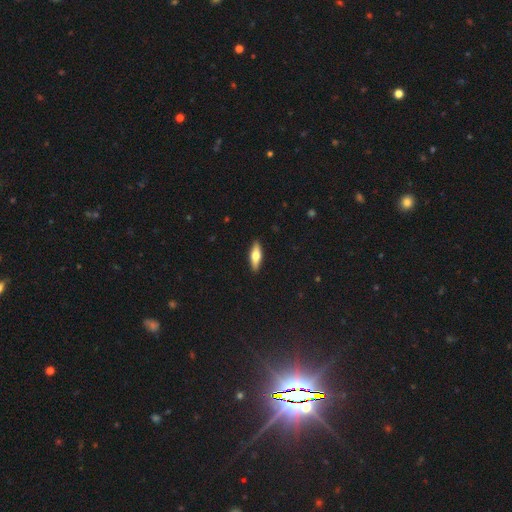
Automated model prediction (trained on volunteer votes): The model was most divided on "how rounded": in between: 50%, cigar-shaped: 47%, round: 3%. More confident: merging — none (90%); smooth or featured — smooth (54%).